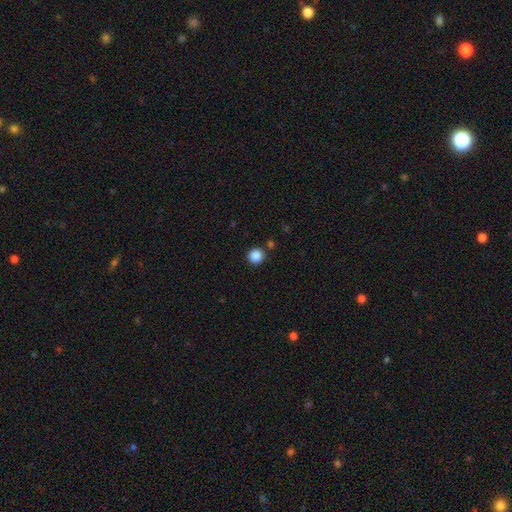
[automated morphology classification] smooth-or-featured: smooth: 87% | star or artifact: 10% | featured or disk: 3%
  how-rounded: round: 95% | in between: 4% | cigar-shaped: 1%
  merging: none: 87% | minor disturbance: 6% | merger: 4% | major disturbance: 2%